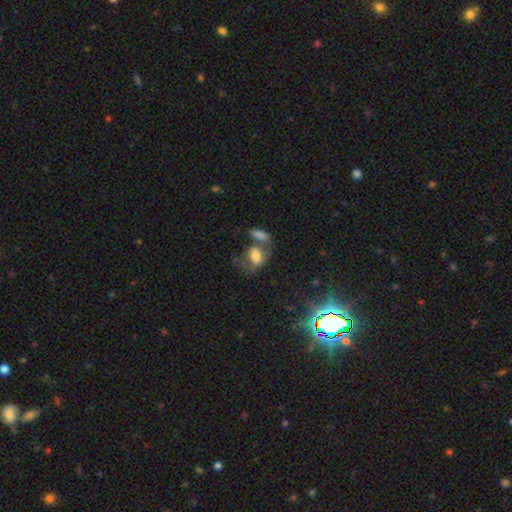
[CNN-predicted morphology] Smooth or featured?
  - smooth: 64% *
  - featured or disk: 26%
  - star or artifact: 11%
How rounded?
  - in between: 81% *
  - round: 17%
  - cigar-shaped: 2%
Merging?
  - merger: 50% *
  - none: 25%
  - minor disturbance: 13%
  - major disturbance: 12%